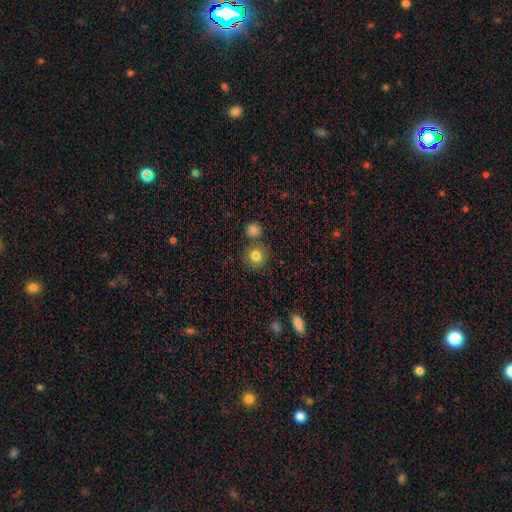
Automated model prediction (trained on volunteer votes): Overall: smooth (81%). How rounded: round (89%). Merging: none (71%).